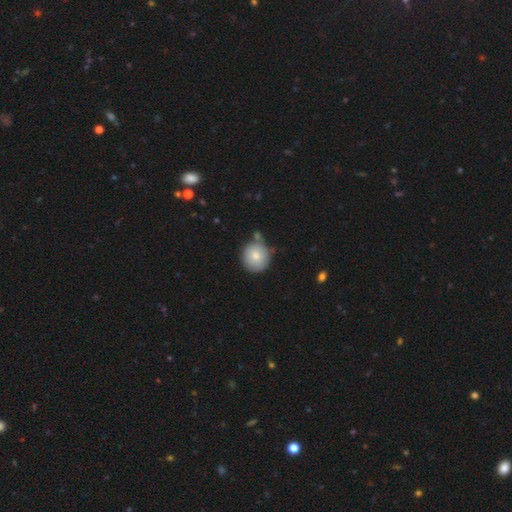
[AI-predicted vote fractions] Smooth or featured? smooth (81%)
How rounded? round (89%)
Merging? none (67%)